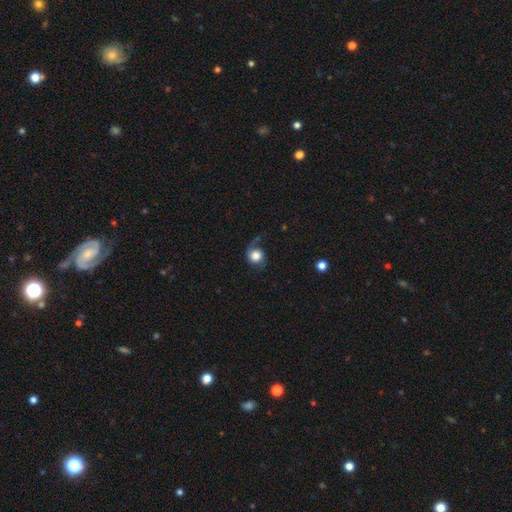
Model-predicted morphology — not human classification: Overall: smooth (53%; featured or disk 37%). How rounded: round (81%). Merging: none (55%; minor disturbance 22%).